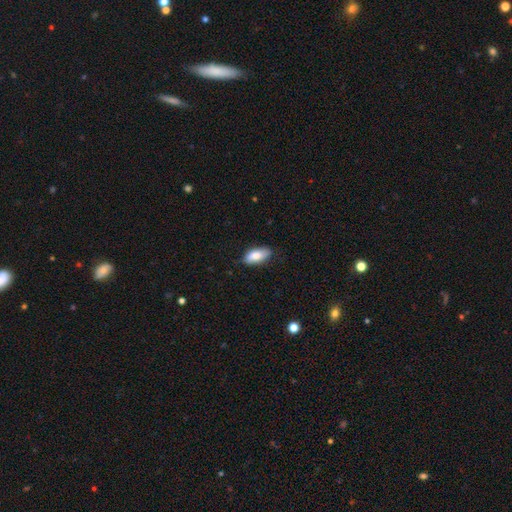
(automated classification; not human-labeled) Overall: smooth (81%). How rounded: in between (91%). Merging: none (79%).